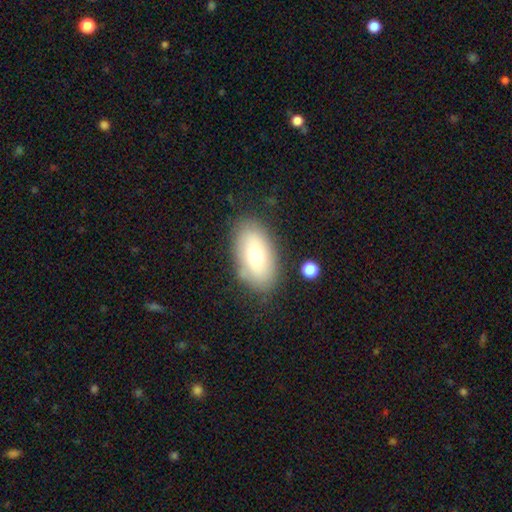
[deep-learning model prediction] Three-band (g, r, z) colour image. It shows a smooth galaxy with no disk features (67%) that is in between round and cigar-shaped (92%). Merging: none (80%).